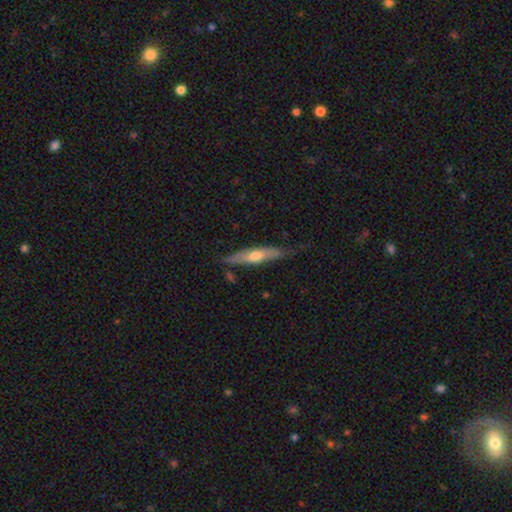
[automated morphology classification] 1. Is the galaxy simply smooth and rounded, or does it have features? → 52% featured or disk, 43% smooth, 6% star or artifact.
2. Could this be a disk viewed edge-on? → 80% yes, 20% no.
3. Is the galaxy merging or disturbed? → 67% none, 25% minor disturbance, 6% major disturbance, 3% merger.